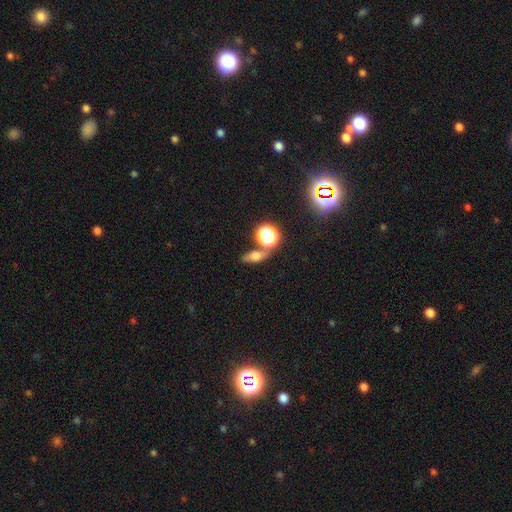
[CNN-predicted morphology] The model was most divided on "how rounded": in between: 55%, round: 25%, cigar-shaped: 20%. More confident: merging — none (65%); smooth or featured — smooth (54%).